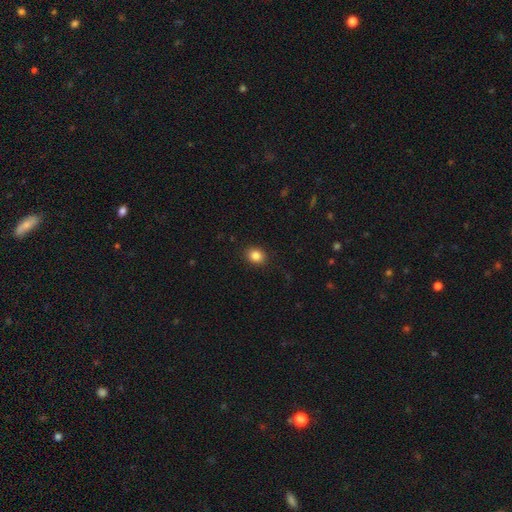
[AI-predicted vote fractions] This appears to be a smooth galaxy with no disk features (85%) that is round (55%). Merging: none (90%).